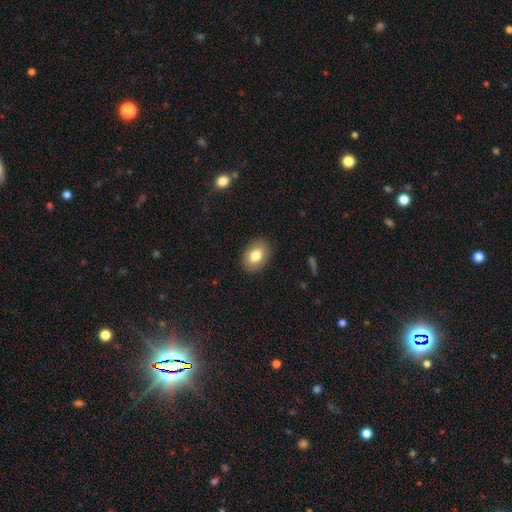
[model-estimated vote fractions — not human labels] smooth-or-featured: smooth: 80% | featured or disk: 13% | star or artifact: 8%
  how-rounded: in between: 82% | round: 16% | cigar-shaped: 1%
  merging: none: 87% | minor disturbance: 9% | major disturbance: 2% | merger: 1%